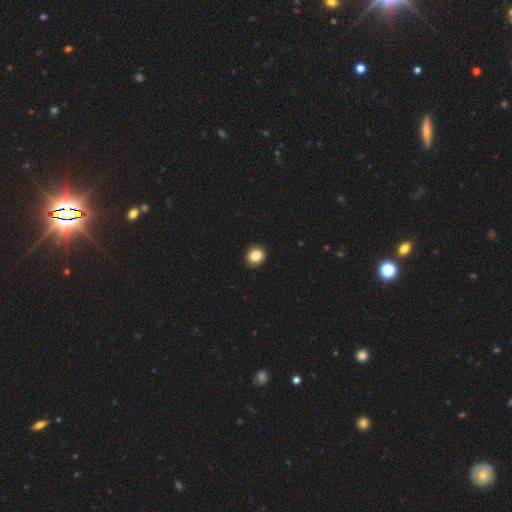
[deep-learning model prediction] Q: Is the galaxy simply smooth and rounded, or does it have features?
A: smooth — 88%.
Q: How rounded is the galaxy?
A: round — 72%.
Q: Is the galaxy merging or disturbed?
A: none — 90%.